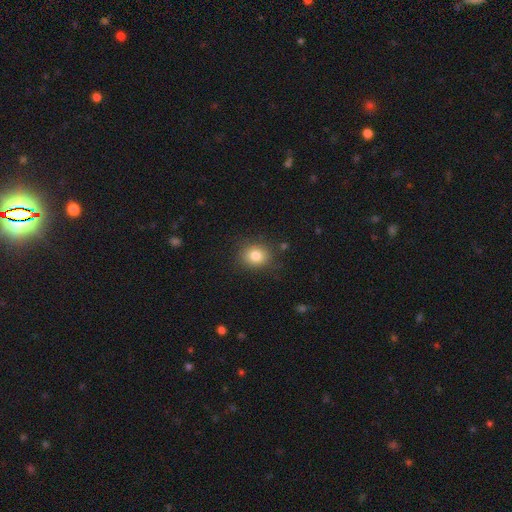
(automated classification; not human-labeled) This appears to be a smooth galaxy with no disk features (82%) that is round (72%). Merging: none (84%).